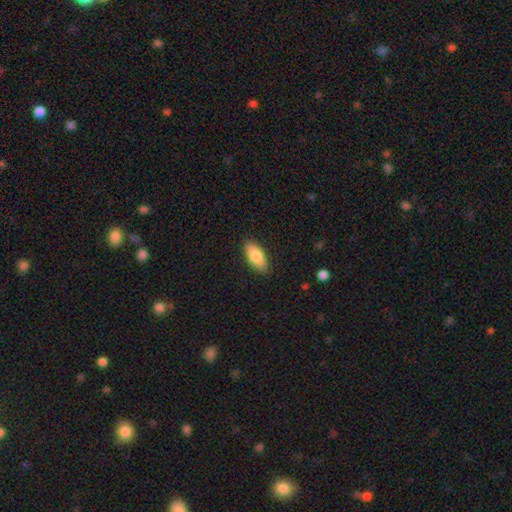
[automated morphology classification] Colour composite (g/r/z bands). It shows a smooth galaxy with no disk features (82%) that is in between round and cigar-shaped (85%). Merging: none (87%).